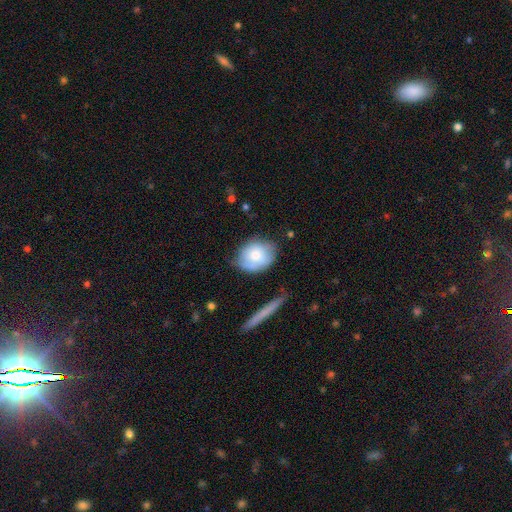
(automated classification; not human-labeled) The model was most divided on "how rounded": round: 59%, in between: 39%, cigar-shaped: 1%. More confident: smooth or featured — smooth (62%); merging — none (61%).